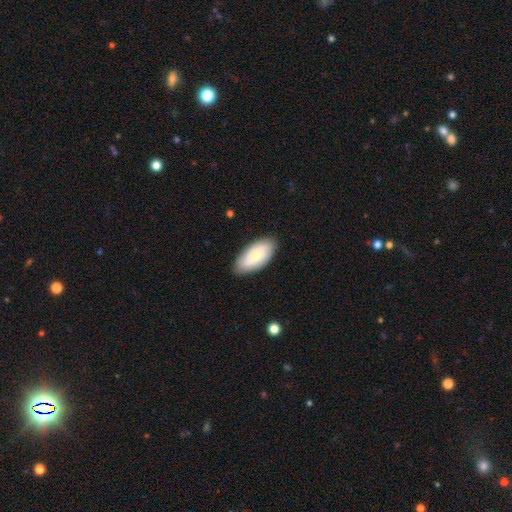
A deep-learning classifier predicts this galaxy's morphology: Smooth or featured?
  - smooth: 72% *
  - featured or disk: 23%
  - star or artifact: 6%
How rounded?
  - in between: 92% *
  - cigar-shaped: 6%
  - round: 2%
Merging?
  - none: 86% *
  - minor disturbance: 11%
  - major disturbance: 2%
  - merger: 1%